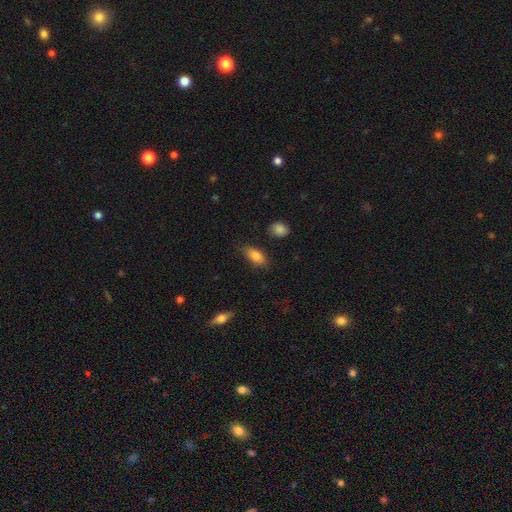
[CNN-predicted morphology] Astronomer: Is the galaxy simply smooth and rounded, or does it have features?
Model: smooth — 84%.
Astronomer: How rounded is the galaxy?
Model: in between — 85%.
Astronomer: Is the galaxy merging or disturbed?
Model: none — 83%.